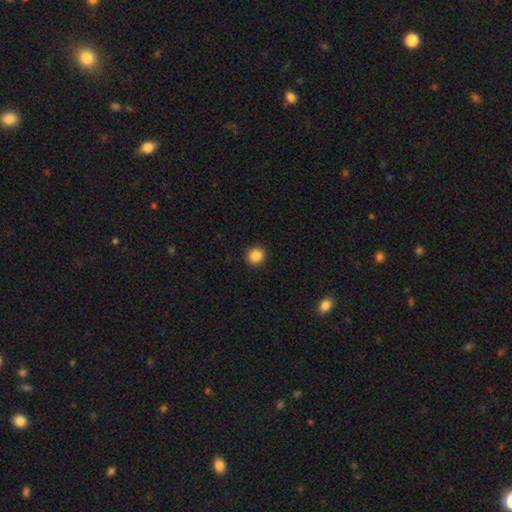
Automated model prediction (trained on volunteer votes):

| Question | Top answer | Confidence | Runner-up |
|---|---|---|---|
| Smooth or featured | smooth | 86% | star or artifact (10%) |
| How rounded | round | 94% | in between (5%) |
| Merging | none | 93% | minor disturbance (4%) |